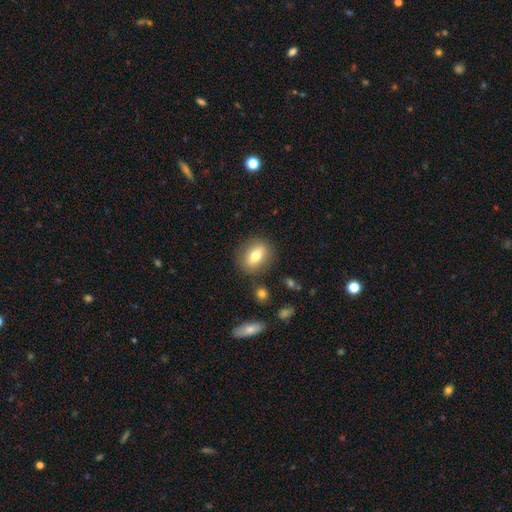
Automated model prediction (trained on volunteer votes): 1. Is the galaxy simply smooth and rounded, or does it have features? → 66% smooth, 26% featured or disk, 8% star or artifact.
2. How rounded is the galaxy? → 58% in between, 36% round, 5% cigar-shaped.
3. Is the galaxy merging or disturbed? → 84% none, 10% minor disturbance, 3% major disturbance, 3% merger.